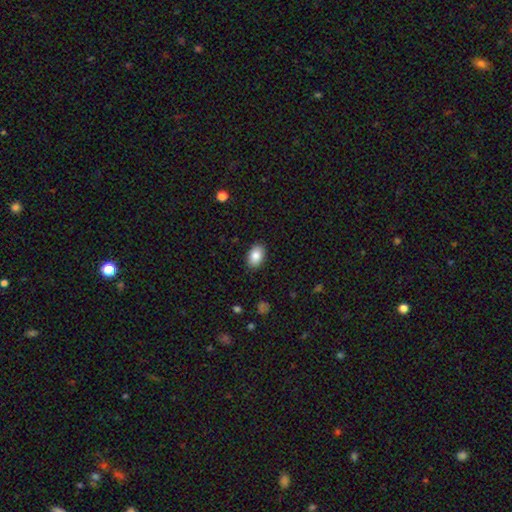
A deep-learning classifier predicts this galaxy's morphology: A smooth galaxy with no disk features (86%) that is in between round and cigar-shaped (89%). Merging: none (89%).